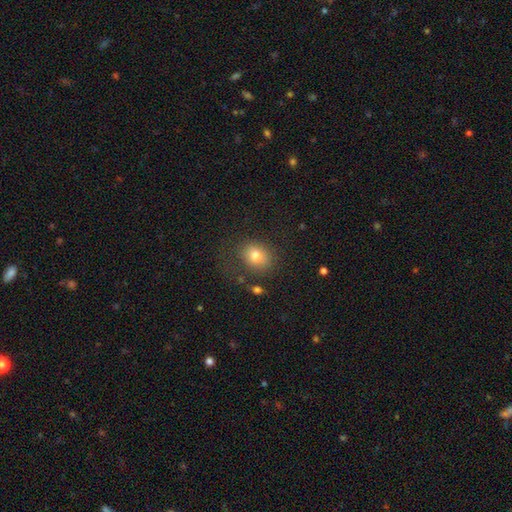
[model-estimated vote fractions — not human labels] A smooth galaxy with no disk features (78%) that is round (57%). Merging: none (71%).